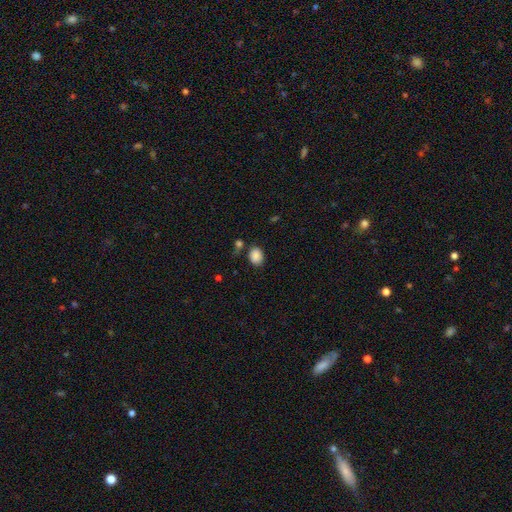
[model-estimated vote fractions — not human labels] This appears to be a smooth galaxy with no disk features (87%) that is in between round and cigar-shaped (66%). Merging: none (74%).